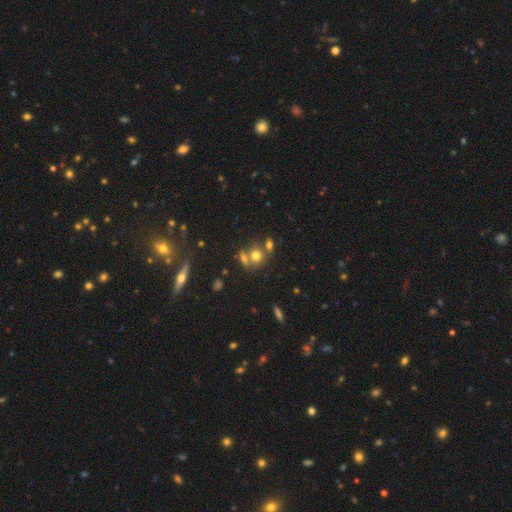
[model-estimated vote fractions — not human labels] A smooth galaxy with no disk features (68%) that is round (71%). Merging: none (47%).